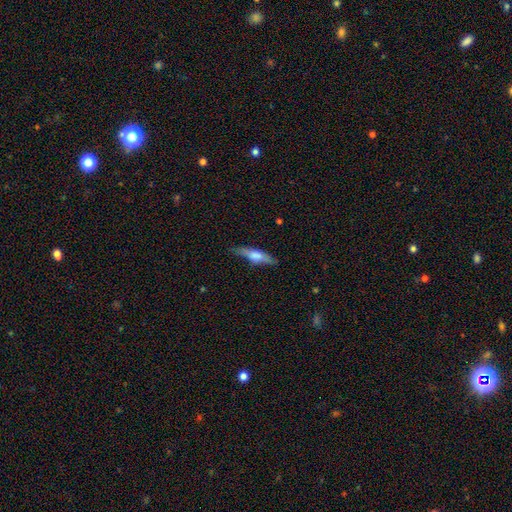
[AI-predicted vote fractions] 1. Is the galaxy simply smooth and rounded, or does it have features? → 49% smooth, 45% featured or disk, 6% star or artifact.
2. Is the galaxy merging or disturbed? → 76% none, 18% minor disturbance, 4% major disturbance, 2% merger.